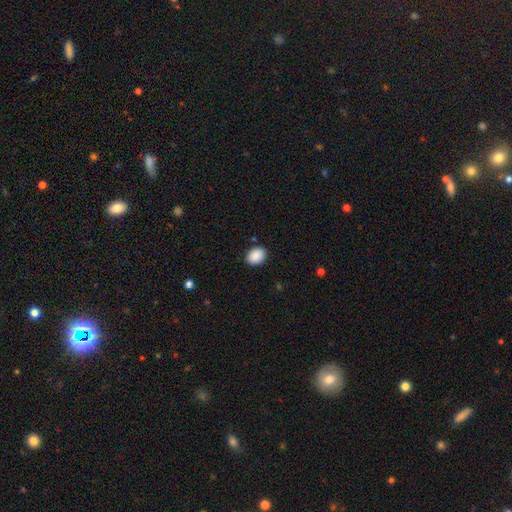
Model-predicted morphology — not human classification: Smooth or featured?
  - smooth: 89% *
  - star or artifact: 7%
  - featured or disk: 3%
How rounded?
  - in between: 67% *
  - round: 32%
  - cigar-shaped: 1%
Merging?
  - none: 87% *
  - minor disturbance: 9%
  - major disturbance: 2%
  - merger: 1%